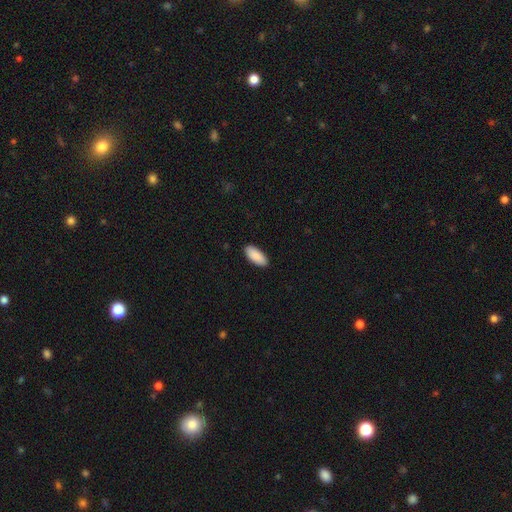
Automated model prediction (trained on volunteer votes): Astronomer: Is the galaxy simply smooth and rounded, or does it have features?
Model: smooth — 91%.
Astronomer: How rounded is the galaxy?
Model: in between — 88%.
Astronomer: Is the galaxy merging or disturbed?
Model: none — 90%.